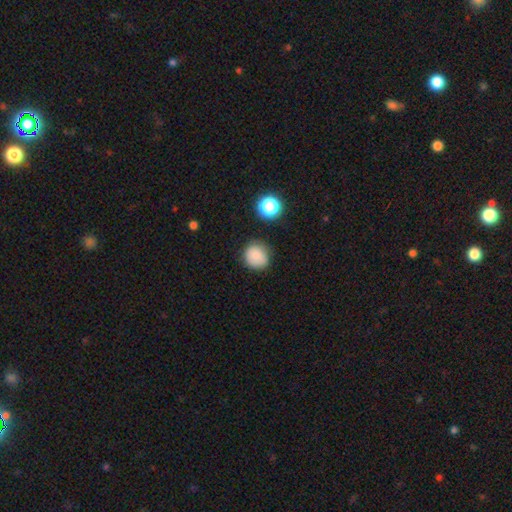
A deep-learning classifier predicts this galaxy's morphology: smooth-or-featured: smooth: 83% | star or artifact: 11% | featured or disk: 6%
  how-rounded: round: 89% | in between: 10% | cigar-shaped: 1%
  merging: none: 80% | minor disturbance: 14% | major disturbance: 4% | merger: 3%